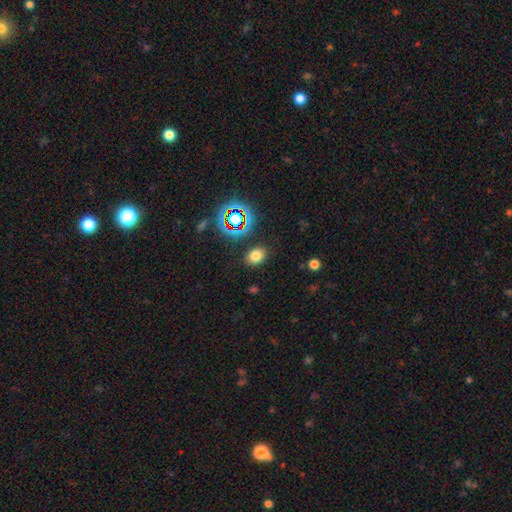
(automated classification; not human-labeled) smooth-or-featured: smooth: 73% | star or artifact: 19% | featured or disk: 8%
  how-rounded: in between: 65% | round: 34% | cigar-shaped: 1%
  merging: none: 86% | minor disturbance: 9% | major disturbance: 3% | merger: 2%